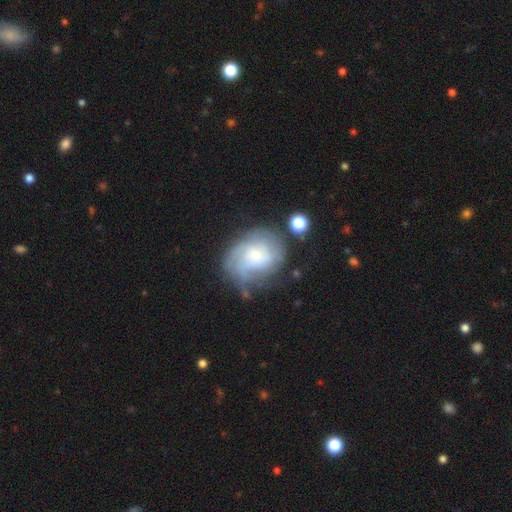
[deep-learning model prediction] featured or disk 62%, smooth 30%, star or artifact 9%. Down the decision tree: edge-on disk — no (97%); bar — no (63%); spiral arms — yes (81%); bulge size — small (42%); merging — none (47%).